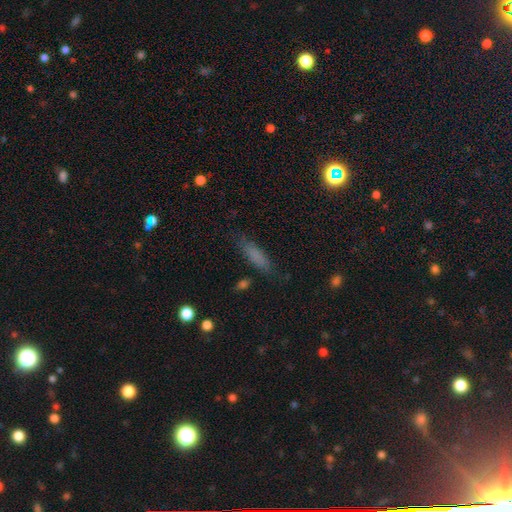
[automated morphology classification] Smooth or featured? Predicted: smooth (p=0.75). How rounded? Predicted: cigar-shaped (p=0.64). Merging? Predicted: none (p=0.78).